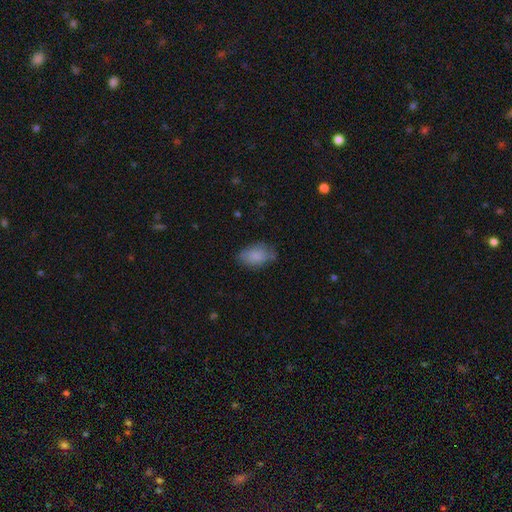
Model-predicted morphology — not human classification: smooth 84%, featured or disk 9%, star or artifact 7%. Down the decision tree: how rounded — in between (90%); merging — none (67%).